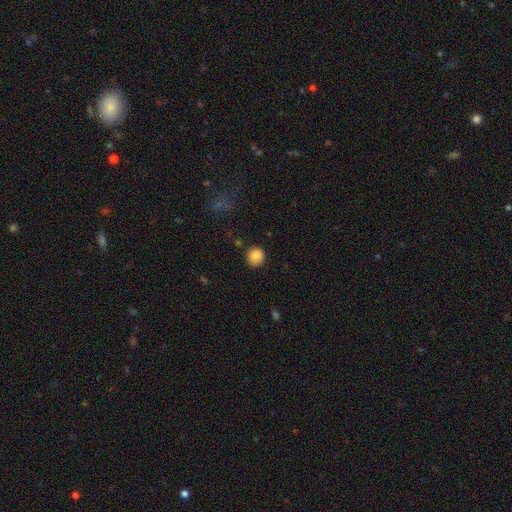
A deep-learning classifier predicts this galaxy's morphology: A smooth galaxy with no disk features (85%) that is round (91%).

Vote fractions:
- Smooth or featured? smooth: 85% / star or artifact: 9% / featured or disk: 6%
- How rounded? round: 91% / in between: 8% / cigar-shaped: 1%
- Merging? none: 85% / minor disturbance: 11% / major disturbance: 2% / merger: 2%